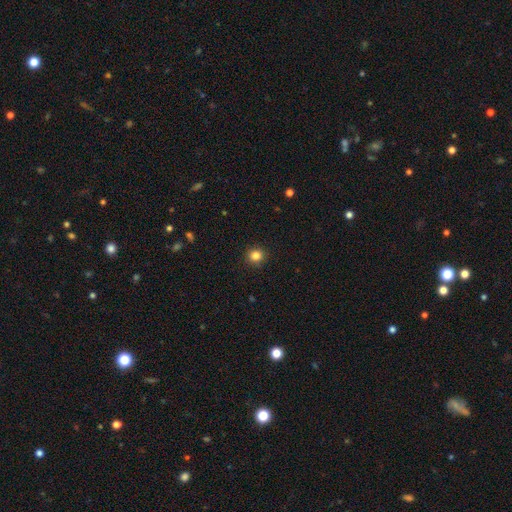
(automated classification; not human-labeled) Smooth or featured? Predicted: smooth (p=0.84). How rounded? Predicted: round (p=0.91). Merging? Predicted: none (p=0.92).